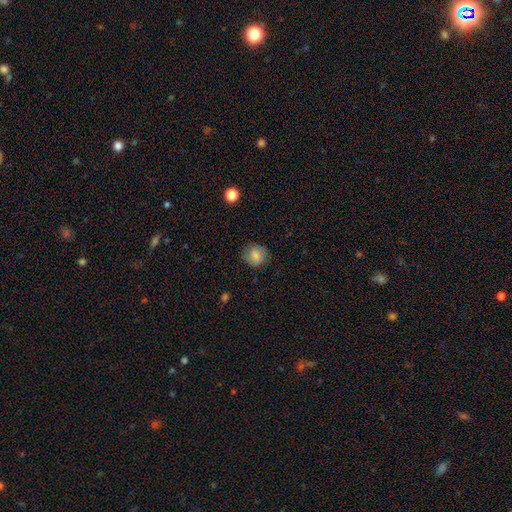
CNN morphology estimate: Smooth or featured? smooth (81%)
How rounded? round (83%)
Merging? none (83%)